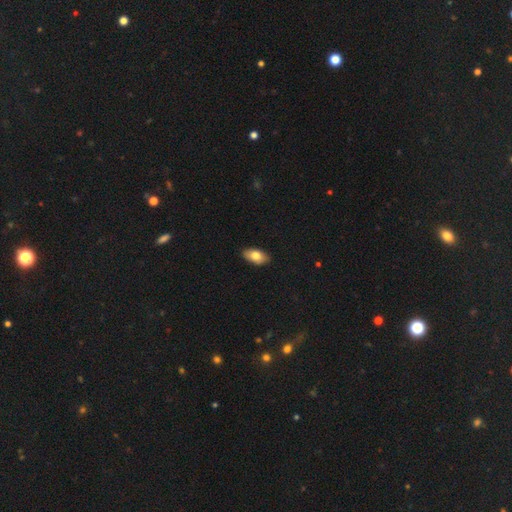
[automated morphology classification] Smooth or featured: smooth — 78% (featured or disk — 15%)
How rounded: in between — 93% (round — 4%)
Merging: none — 89% (minor disturbance — 9%)